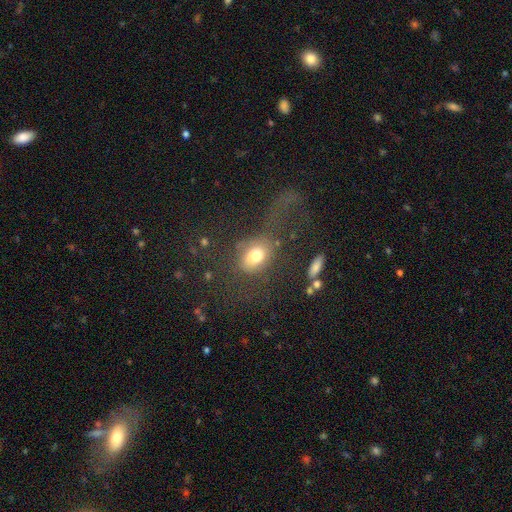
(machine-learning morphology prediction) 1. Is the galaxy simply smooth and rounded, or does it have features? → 71% smooth, 19% featured or disk, 11% star or artifact.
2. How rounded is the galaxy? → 66% in between, 31% round, 2% cigar-shaped.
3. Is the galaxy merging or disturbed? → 39% major disturbance, 38% none, 17% minor disturbance, 6% merger.